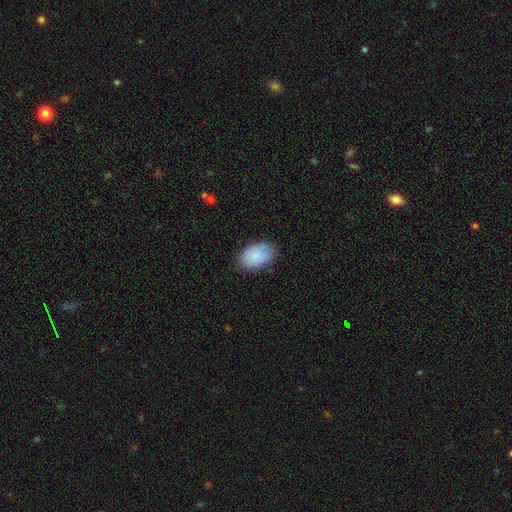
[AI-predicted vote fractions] Smooth or featured?
  - smooth: 86% *
  - featured or disk: 8%
  - star or artifact: 7%
How rounded?
  - in between: 90% *
  - round: 9%
  - cigar-shaped: 1%
Merging?
  - none: 79% *
  - minor disturbance: 16%
  - major disturbance: 3%
  - merger: 1%